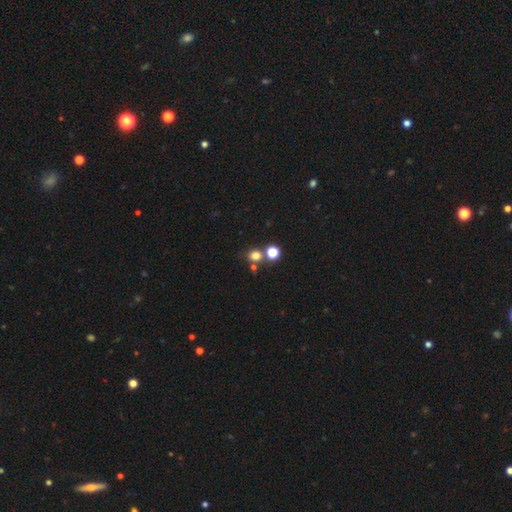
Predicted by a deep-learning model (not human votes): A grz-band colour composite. It shows a smooth galaxy with no disk features (74%) that is round (78%). Merging: none (64%).